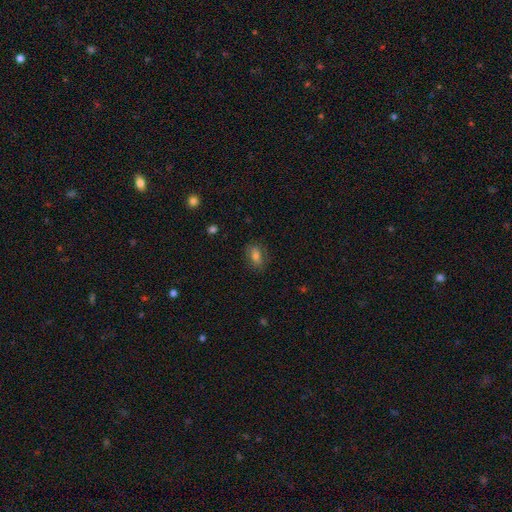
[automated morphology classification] A smooth galaxy with no disk features (75%) that is in between round and cigar-shaped (80%). Merging: none (80%).